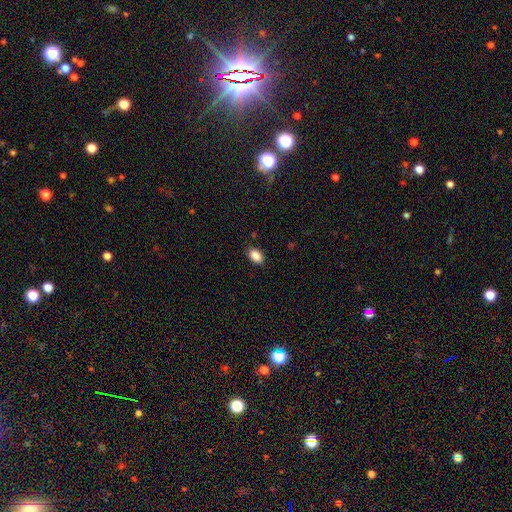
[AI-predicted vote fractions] smooth-or-featured: smooth: 89% | star or artifact: 8% | featured or disk: 3%
  how-rounded: in between: 90% | round: 9% | cigar-shaped: 1%
  merging: none: 86% | minor disturbance: 11% | major disturbance: 2% | merger: 1%